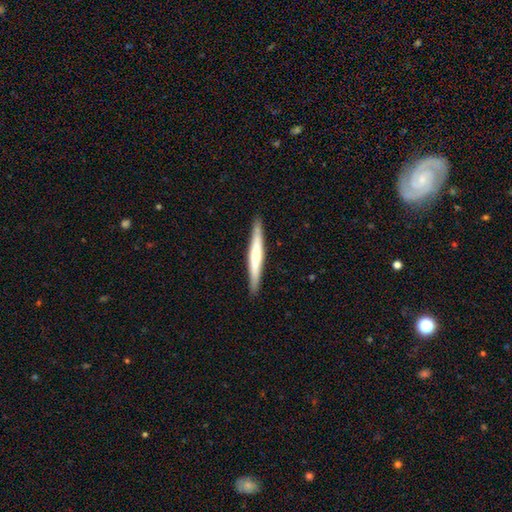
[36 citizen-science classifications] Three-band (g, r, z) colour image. It shows a smooth galaxy with no disk features (53%) that is cigar-shaped (100%). Merging: none (92%).